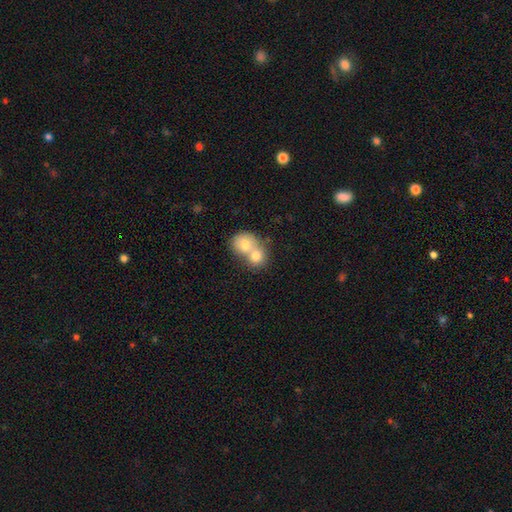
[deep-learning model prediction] This appears to be a smooth galaxy with no disk features (72%) that is round (72%). Merging: merger (72%).